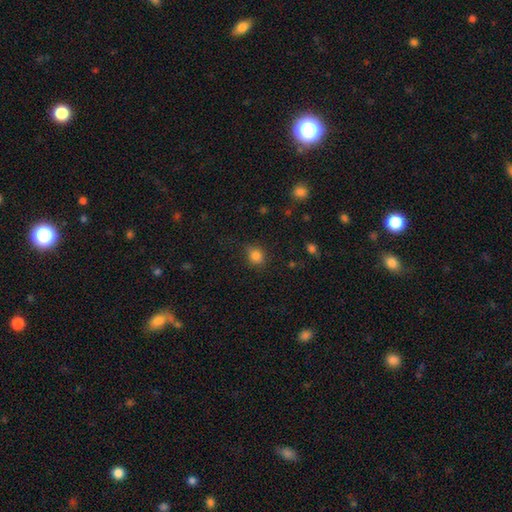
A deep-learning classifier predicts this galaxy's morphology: Q: Smooth or featured?
A: smooth (82%); runner-up: star or artifact (12%)
Q: How rounded?
A: round (60%); runner-up: in between (39%)
Q: Merging?
A: none (78%); runner-up: minor disturbance (16%)